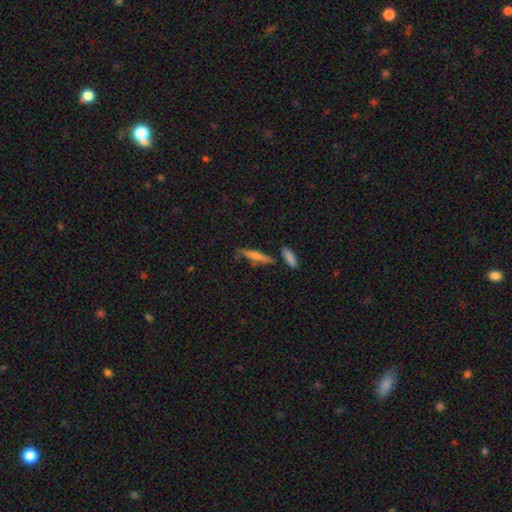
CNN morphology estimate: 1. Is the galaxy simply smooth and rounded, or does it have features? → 50% featured or disk, 39% smooth, 10% star or artifact.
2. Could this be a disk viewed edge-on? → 89% yes, 11% no.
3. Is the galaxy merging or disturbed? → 76% none, 13% minor disturbance, 7% merger, 4% major disturbance.